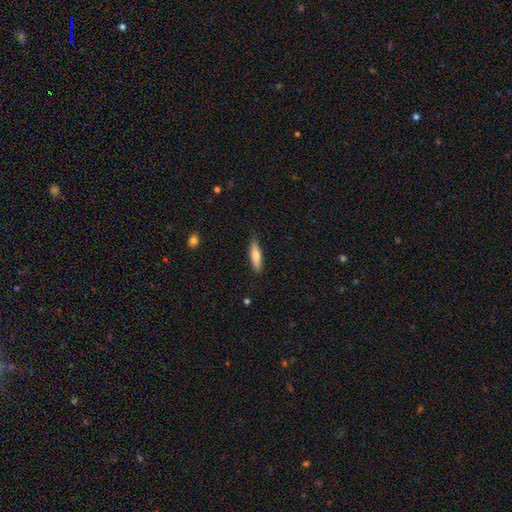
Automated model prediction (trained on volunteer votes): Overall: smooth (75%). How rounded: cigar-shaped (68%; in between 31%). Merging: none (85%).